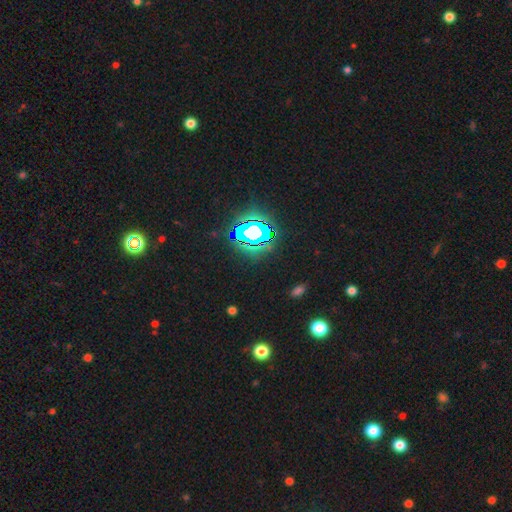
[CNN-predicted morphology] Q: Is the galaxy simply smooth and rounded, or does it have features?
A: star or artifact — 81%.